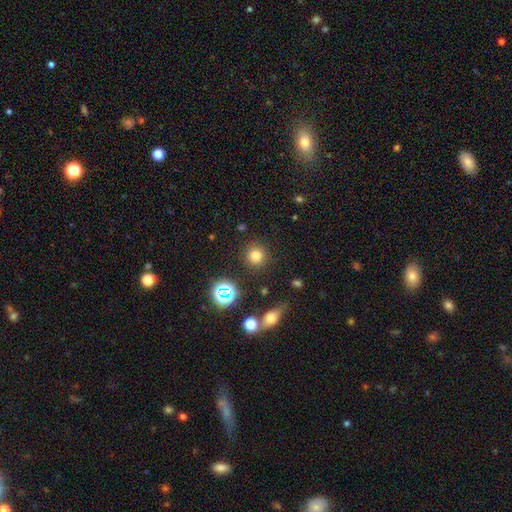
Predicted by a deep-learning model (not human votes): The model was most divided on "smooth or featured": smooth: 76%, star or artifact: 17%, featured or disk: 7%. More confident: how rounded — round (94%); merging — none (88%).